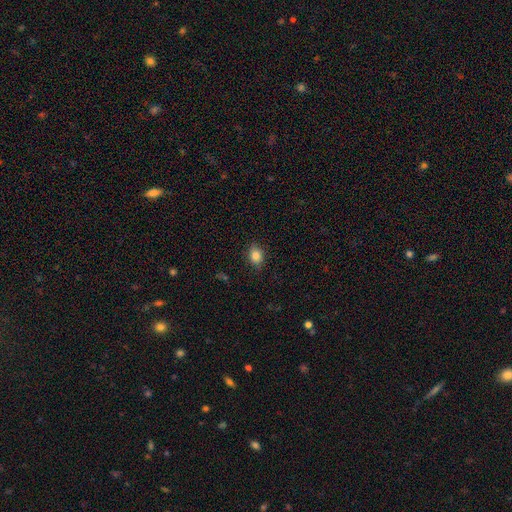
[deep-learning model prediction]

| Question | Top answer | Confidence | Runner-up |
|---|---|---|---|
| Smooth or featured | smooth | 85% | star or artifact (9%) |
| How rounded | in between | 67% | round (32%) |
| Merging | none | 85% | minor disturbance (11%) |